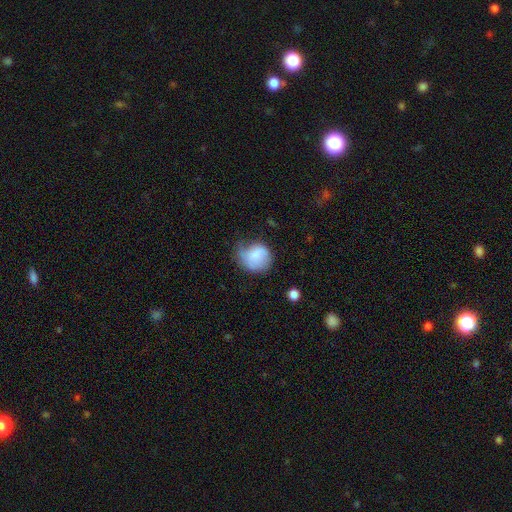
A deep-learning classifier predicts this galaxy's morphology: smooth 72%, featured or disk 21%, star or artifact 7%. Down the decision tree: how rounded — round (76%); merging — minor disturbance (38%).